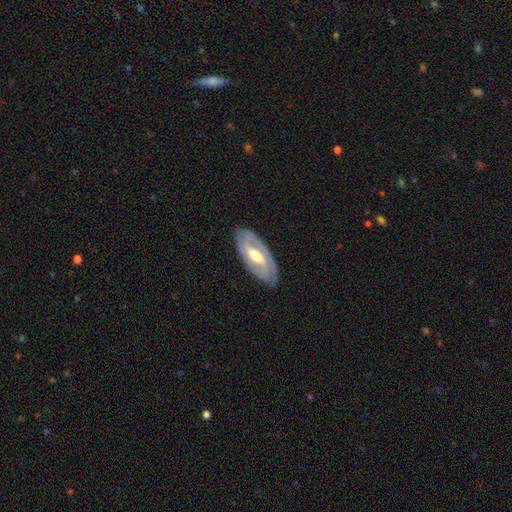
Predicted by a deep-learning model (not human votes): featured or disk 80%, smooth 15%, star or artifact 5%. Down the decision tree: edge-on disk — no (90%); bar — weak (43%); spiral arms — yes (85%); spiral arm count — 2 (71%); spiral winding — tight (61%); bulge size — moderate (69%); merging — none (81%).